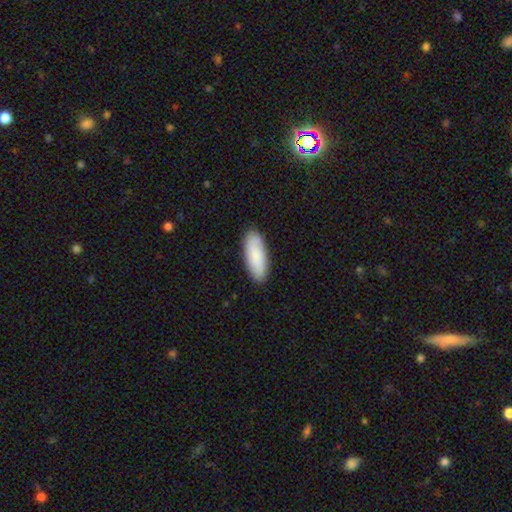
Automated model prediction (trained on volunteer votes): Smooth or featured? smooth (85%)
How rounded? in between (66%)
Merging? none (88%)